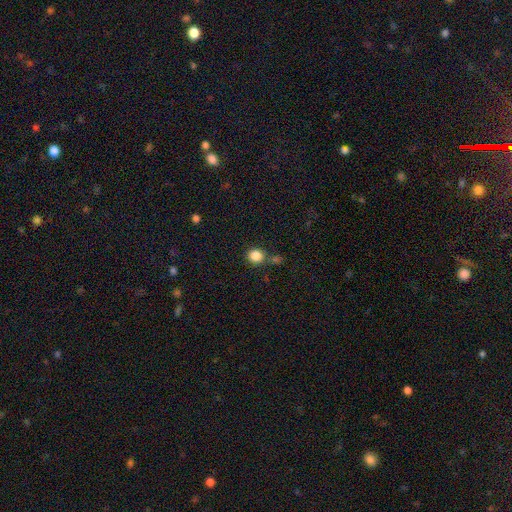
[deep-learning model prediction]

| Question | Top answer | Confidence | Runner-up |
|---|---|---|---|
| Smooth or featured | smooth | 85% | star or artifact (11%) |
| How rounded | round | 88% | in between (11%) |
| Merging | none | 70% | merger (16%) |